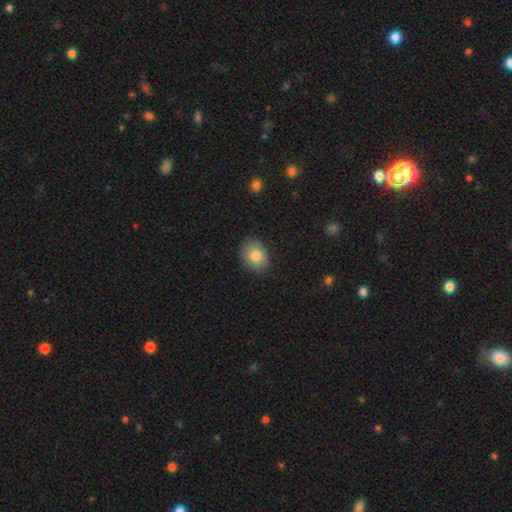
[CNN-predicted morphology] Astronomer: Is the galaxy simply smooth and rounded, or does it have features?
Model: smooth — 81%.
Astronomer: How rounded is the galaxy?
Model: in between — 56% (runner-up: round, 43%).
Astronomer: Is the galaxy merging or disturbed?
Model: none — 82%.